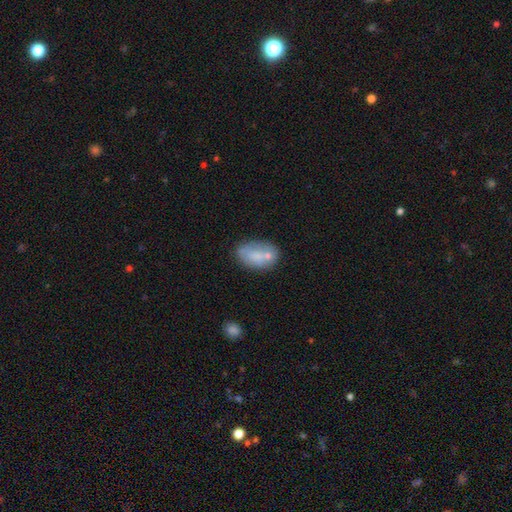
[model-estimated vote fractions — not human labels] The model was most divided on "merging": none: 46%, merger: 23%, minor disturbance: 23%, major disturbance: 8%. More confident: how rounded — in between (88%); smooth or featured — smooth (68%).